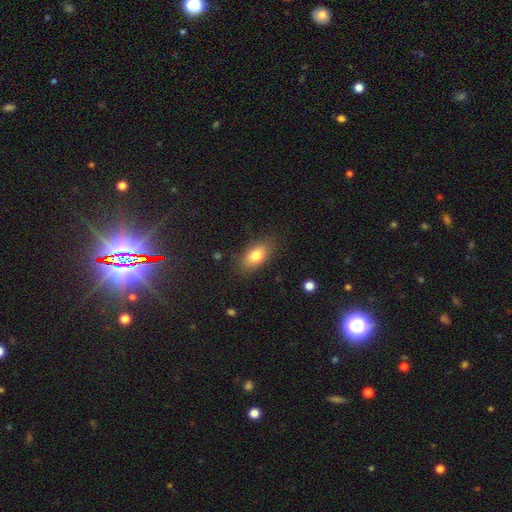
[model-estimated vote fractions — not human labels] This is likely a smooth galaxy (79%). How rounded: clearly in between (88%). Merging: clearly none (83%).